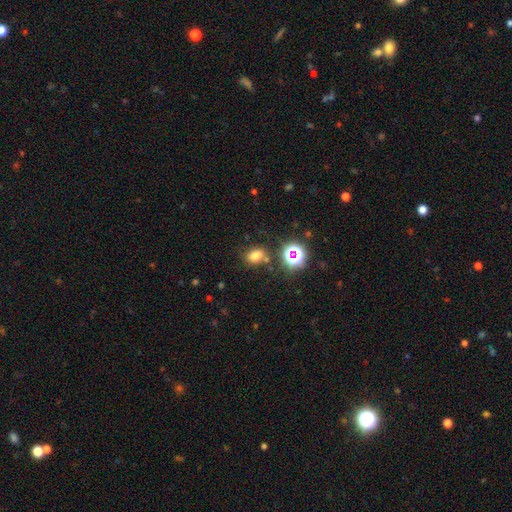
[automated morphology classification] smooth_or_featured: smooth (p=0.72) [alt: star or artifact p=0.20]
how_rounded: in between (p=0.63) [alt: round p=0.35]
merging: none (p=0.72) [alt: minor disturbance p=0.14]